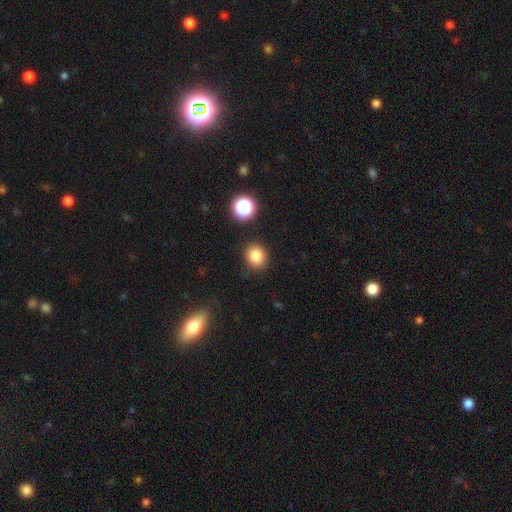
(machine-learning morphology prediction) smooth 83%, star or artifact 12%, featured or disk 5%. Down the decision tree: how rounded — round (68%); merging — none (87%).